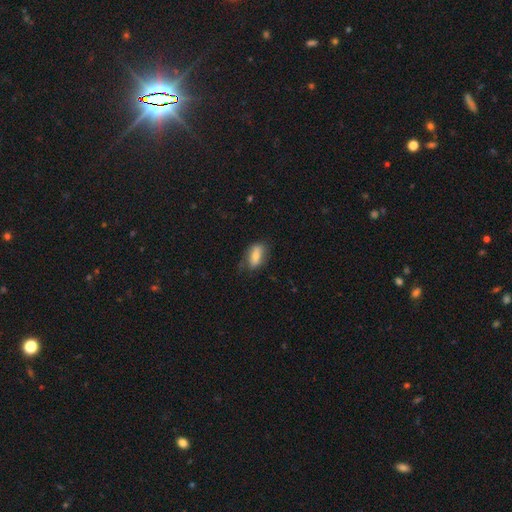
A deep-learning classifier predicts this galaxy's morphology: A smooth galaxy with no disk features (69%) that is in between round and cigar-shaped (85%).

Vote fractions:
- Smooth or featured? smooth: 69% / featured or disk: 23% / star or artifact: 7%
- How rounded? in between: 85% / cigar-shaped: 9% / round: 6%
- Merging? none: 66% / minor disturbance: 24% / major disturbance: 8% / merger: 2%